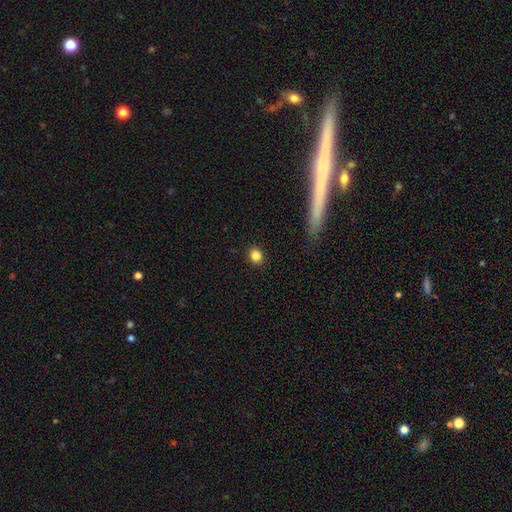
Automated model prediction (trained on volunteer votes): This is clearly a smooth galaxy (83%). How rounded: likely round (78%). Merging: clearly none (90%).